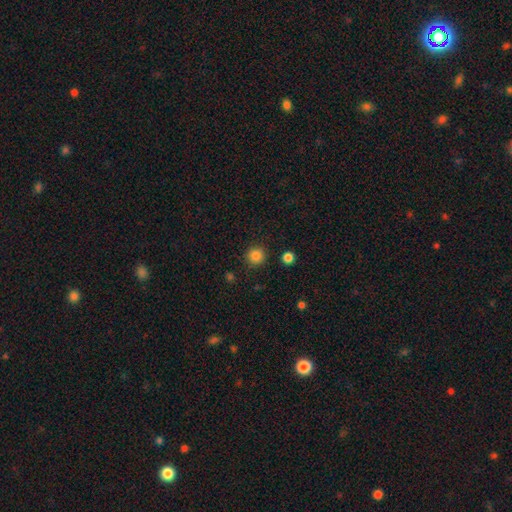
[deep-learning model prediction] This is clearly a smooth galaxy (84%). How rounded: clearly round (94%). Merging: clearly none (91%).